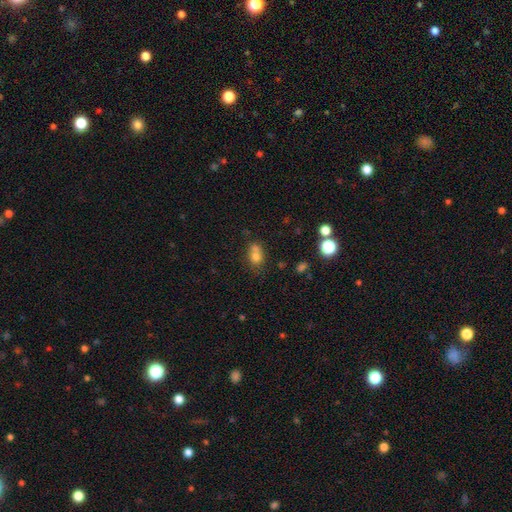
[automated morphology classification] Overall: smooth (71%). How rounded: round (57%; in between 42%). Merging: merger (48%; none 36%).